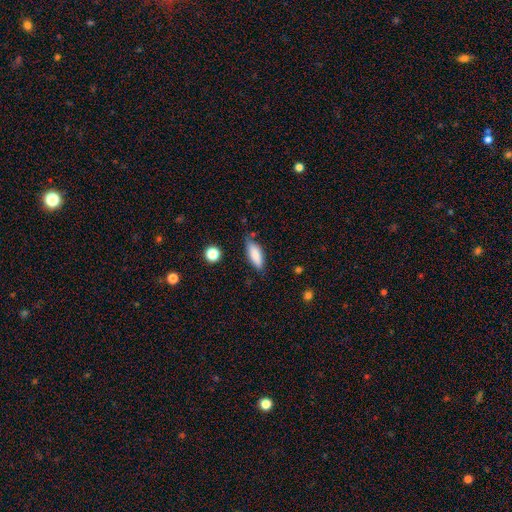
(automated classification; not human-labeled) smooth-or-featured: smooth: 82% | featured or disk: 11% | star or artifact: 7%
  how-rounded: in between: 63% | cigar-shaped: 35% | round: 2%
  merging: none: 74% | minor disturbance: 19% | major disturbance: 4% | merger: 3%